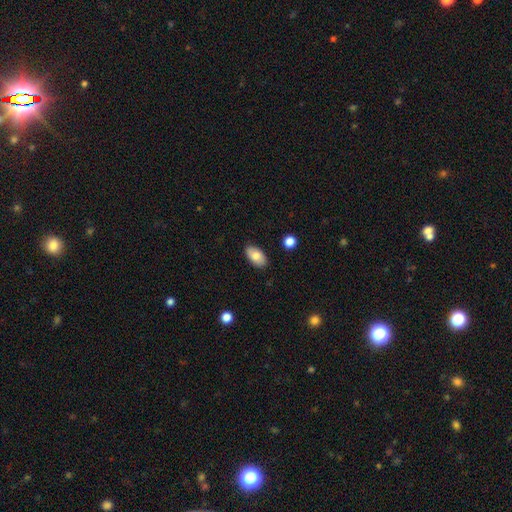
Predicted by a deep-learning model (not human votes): smooth 78%, featured or disk 15%, star or artifact 7%. Down the decision tree: how rounded — in between (94%); merging — none (87%).